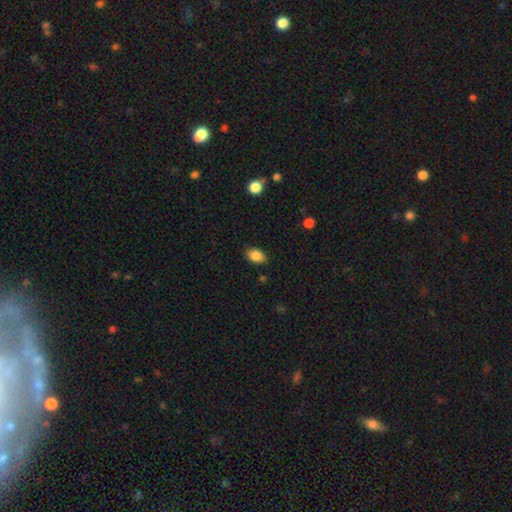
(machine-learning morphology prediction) Smooth or featured: smooth — 87% (star or artifact — 8%)
How rounded: in between — 84% (round — 15%)
Merging: none — 85% (minor disturbance — 11%)